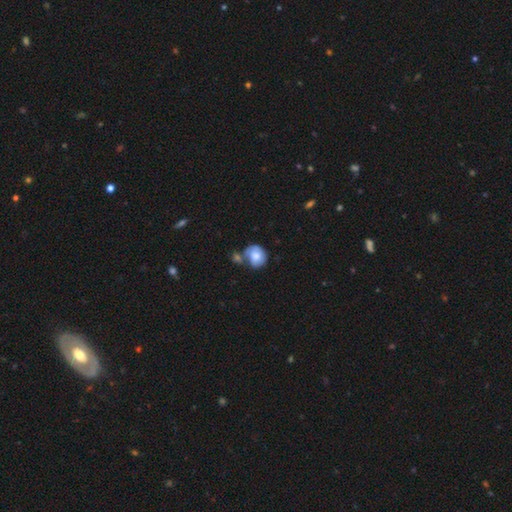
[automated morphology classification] A smooth galaxy with no disk features (68%) that is round (69%).

Vote fractions:
- Smooth or featured? smooth: 68% / featured or disk: 25% / star or artifact: 7%
- How rounded? round: 69% / in between: 31% / cigar-shaped: 1%
- Merging? merger: 36% / none: 35% / minor disturbance: 20% / major disturbance: 10%